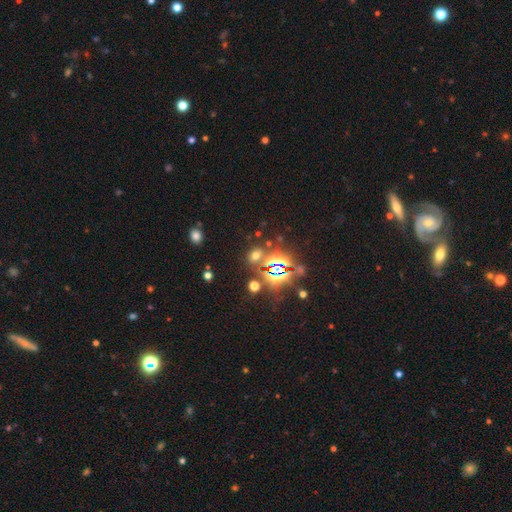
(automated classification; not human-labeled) Overall: star or artifact (51%; smooth 41%).